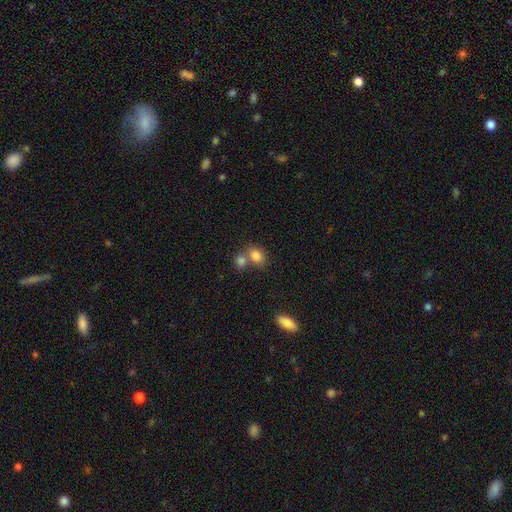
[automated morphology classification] Smooth or featured? Predicted: smooth (p=0.83). How rounded? Predicted: in between (p=0.50). Merging? Predicted: merger (p=0.44).